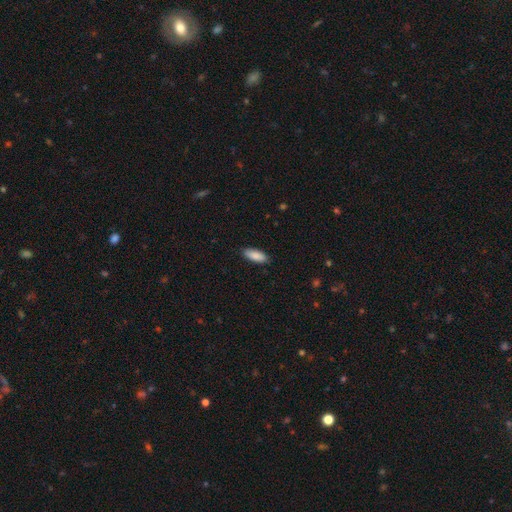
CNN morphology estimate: The model was most divided on "how rounded": in between: 76%, cigar-shaped: 22%, round: 2%. More confident: smooth or featured — smooth (89%); merging — none (87%).